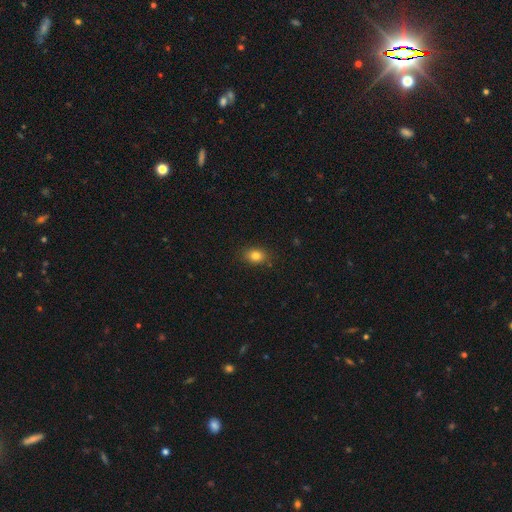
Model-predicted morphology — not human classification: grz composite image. It shows a smooth galaxy with no disk features (82%) that is in between round and cigar-shaped (65%). Merging: none (86%).